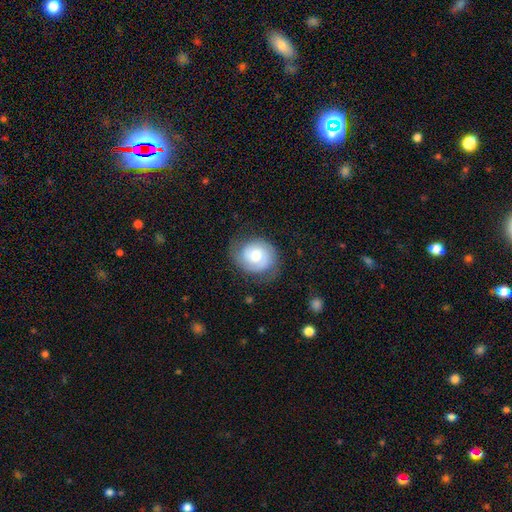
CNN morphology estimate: A featured or disk galaxy (56%) with no bar (75%), spiral arms (87%) and a moderate central bulge (67%). Merging: none (68%).